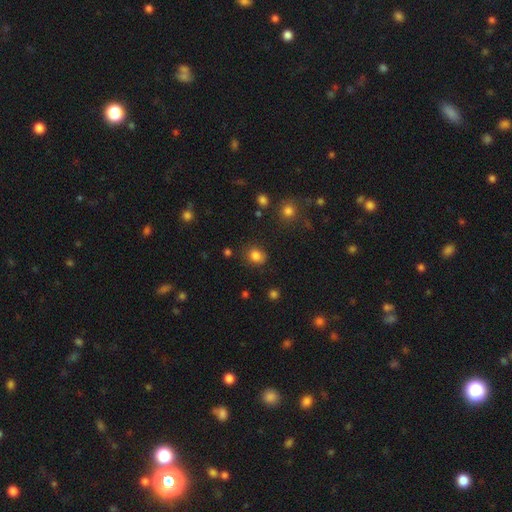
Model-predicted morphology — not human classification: smooth-or-featured: smooth: 83% | star or artifact: 12% | featured or disk: 5%
  how-rounded: round: 59% | in between: 40% | cigar-shaped: 1%
  merging: none: 81% | minor disturbance: 13% | major disturbance: 4% | merger: 2%